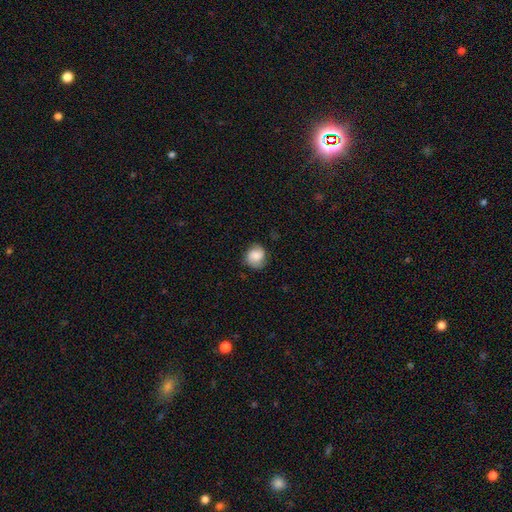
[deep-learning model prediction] This is likely a smooth galaxy (68%). How rounded: likely round (78%). Merging: likely none (72%).